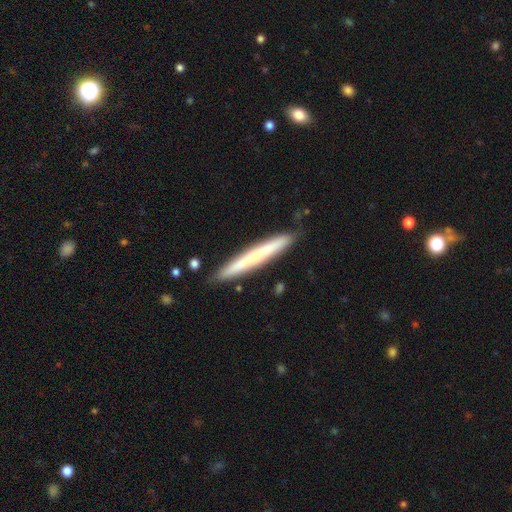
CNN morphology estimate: Smooth or featured: smooth — 53% (featured or disk — 40%)
How rounded: cigar-shaped — 97% (in between — 2%)
Merging: none — 88% (minor disturbance — 9%)